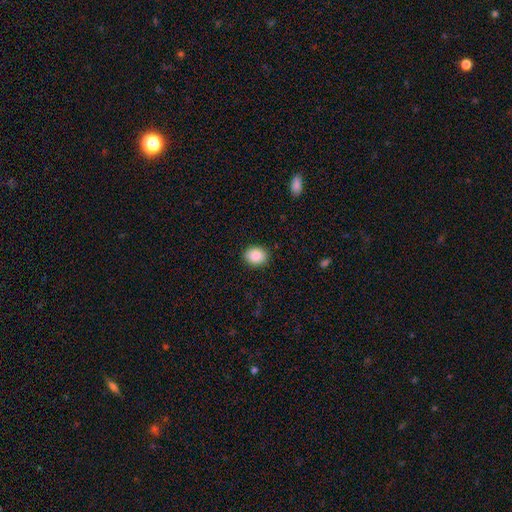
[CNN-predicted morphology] The model was most divided on "how rounded": round: 58%, in between: 41%, cigar-shaped: 1%. More confident: merging — none (89%); smooth or featured — smooth (88%).